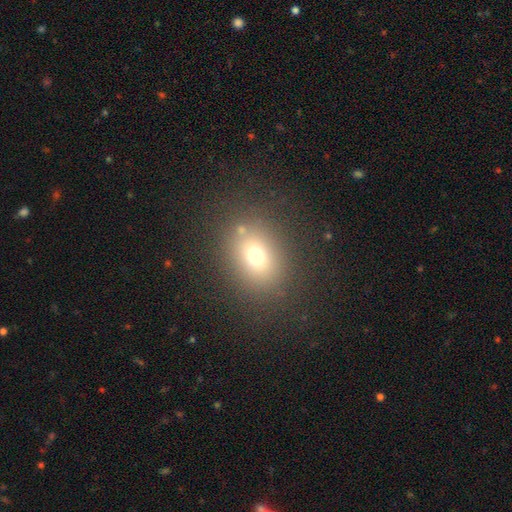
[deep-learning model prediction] smooth-or-featured: smooth: 71% | star or artifact: 17% | featured or disk: 12%
  how-rounded: in between: 50% | round: 48% | cigar-shaped: 1%
  merging: none: 81% | minor disturbance: 10% | major disturbance: 5% | merger: 5%